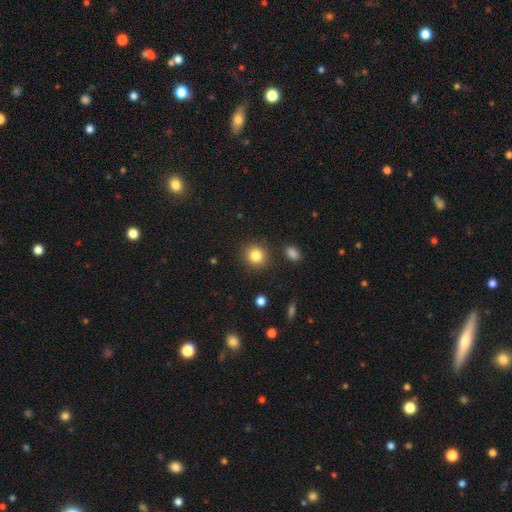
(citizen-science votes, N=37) smooth-or-featured: smooth: 92% | star or artifact: 5% | featured or disk: 3%
  how-rounded: round: 88% | in between: 12% | cigar-shaped: 0%
  merging: none: 83% | minor disturbance: 9% | major disturbance: 6% | merger: 3%